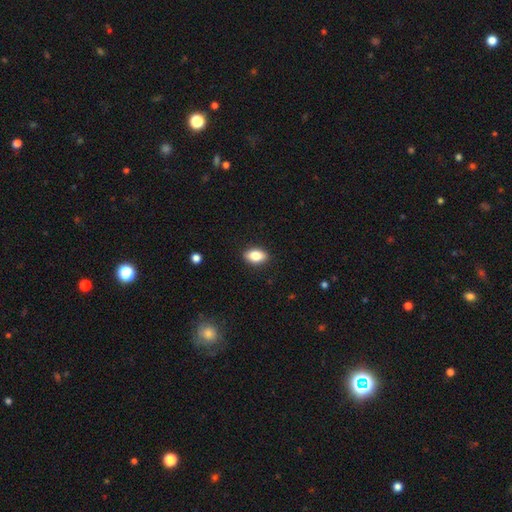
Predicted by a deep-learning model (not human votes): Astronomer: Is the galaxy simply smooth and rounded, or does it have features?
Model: smooth — 85%.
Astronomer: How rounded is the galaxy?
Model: in between — 89%.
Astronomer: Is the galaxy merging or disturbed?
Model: none — 89%.